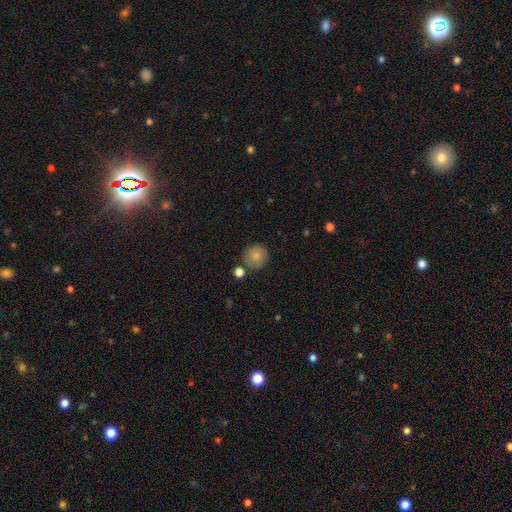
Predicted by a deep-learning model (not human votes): Smooth or featured?
  - smooth: 81% *
  - featured or disk: 11%
  - star or artifact: 8%
How rounded?
  - round: 91% *
  - in between: 8%
  - cigar-shaped: 1%
Merging?
  - none: 78% *
  - minor disturbance: 11%
  - merger: 8%
  - major disturbance: 3%